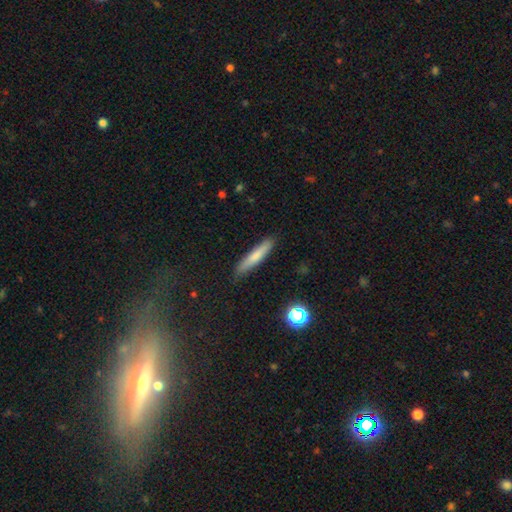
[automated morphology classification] This is likely a smooth galaxy (73%). How rounded: clearly cigar-shaped (90%). Merging: clearly none (88%).